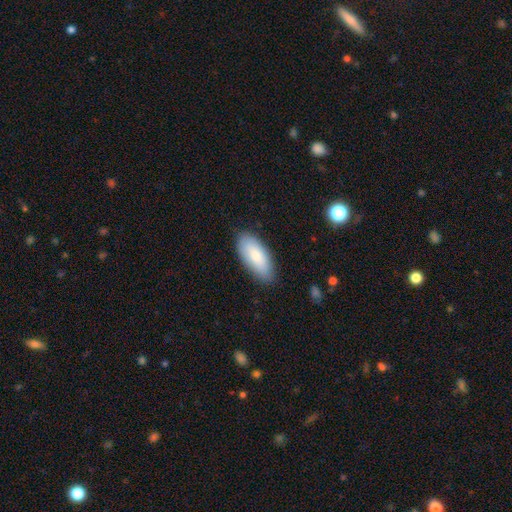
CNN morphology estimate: smooth 83%, featured or disk 11%, star or artifact 6%. Down the decision tree: how rounded — in between (86%); merging — none (84%).